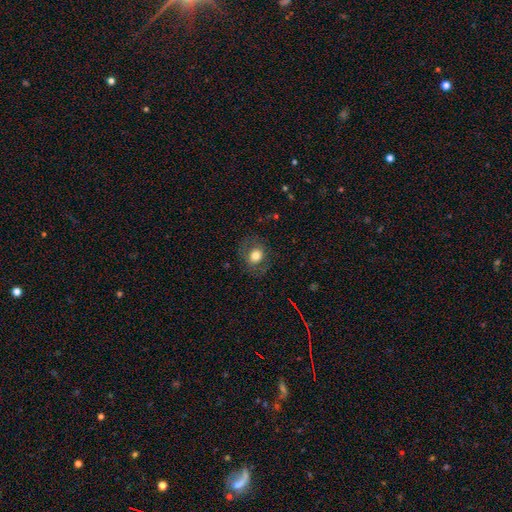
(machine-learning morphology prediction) This appears to be a smooth galaxy with no disk features (70%) that is round (58%). Merging: none (76%).